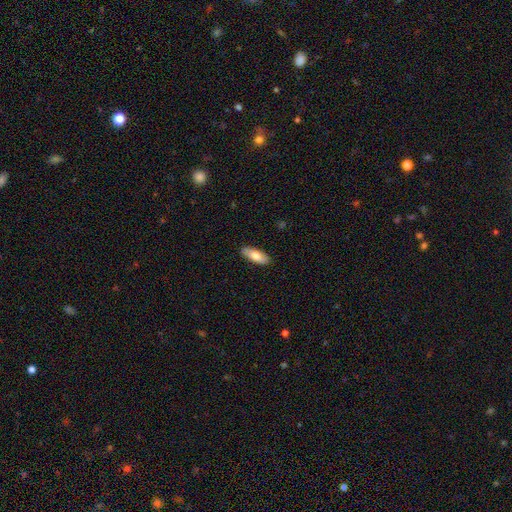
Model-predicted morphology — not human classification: Smooth or featured?
  - smooth: 75% *
  - featured or disk: 20%
  - star or artifact: 6%
How rounded?
  - in between: 75% *
  - cigar-shaped: 23%
  - round: 2%
Merging?
  - none: 89% *
  - minor disturbance: 9%
  - major disturbance: 2%
  - merger: 1%